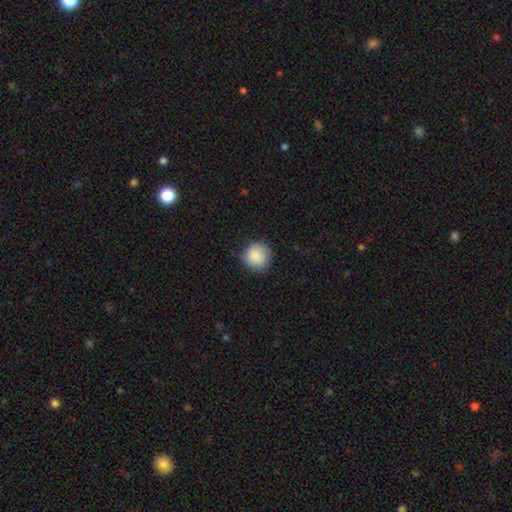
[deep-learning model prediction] Smooth or featured: smooth — 86% (star or artifact — 7%)
How rounded: round — 92% (in between — 7%)
Merging: none — 83% (minor disturbance — 13%)